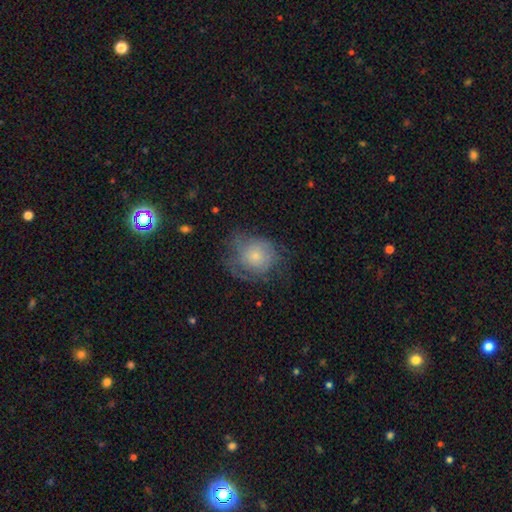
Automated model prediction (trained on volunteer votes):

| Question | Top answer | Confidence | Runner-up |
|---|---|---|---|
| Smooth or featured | smooth | 61% | featured or disk (30%) |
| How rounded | round | 78% | in between (21%) |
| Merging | none | 47% | minor disturbance (28%) |